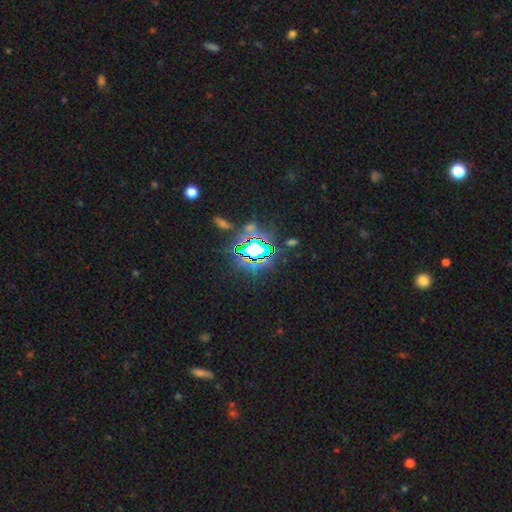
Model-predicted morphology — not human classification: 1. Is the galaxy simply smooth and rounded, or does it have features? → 78% star or artifact, 12% smooth, 10% featured or disk.